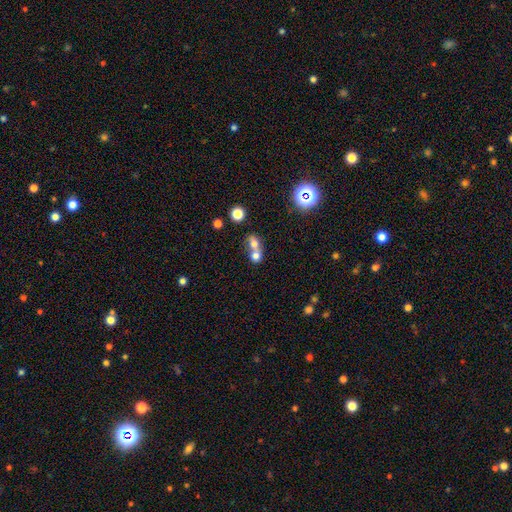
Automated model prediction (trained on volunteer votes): The model was most divided on "how rounded": round: 63%, in between: 35%, cigar-shaped: 2%. More confident: merging — merger (71%); smooth or featured — smooth (70%).